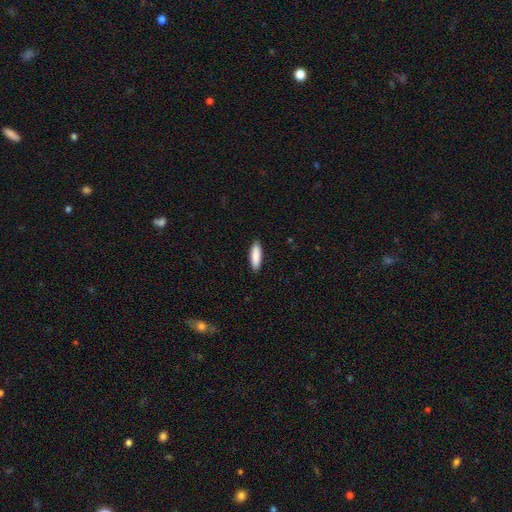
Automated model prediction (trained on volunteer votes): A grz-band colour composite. It shows a smooth galaxy with no disk features (87%) that is in between round and cigar-shaped (50%). Merging: none (90%).